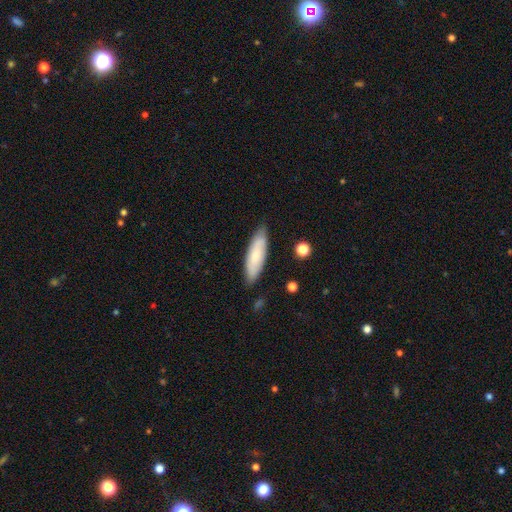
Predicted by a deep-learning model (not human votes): smooth_or_featured: smooth (p=0.69) [alt: featured or disk p=0.25]
how_rounded: cigar-shaped (p=0.51) [alt: in between p=0.48]
merging: none (p=0.82) [alt: minor disturbance p=0.14]